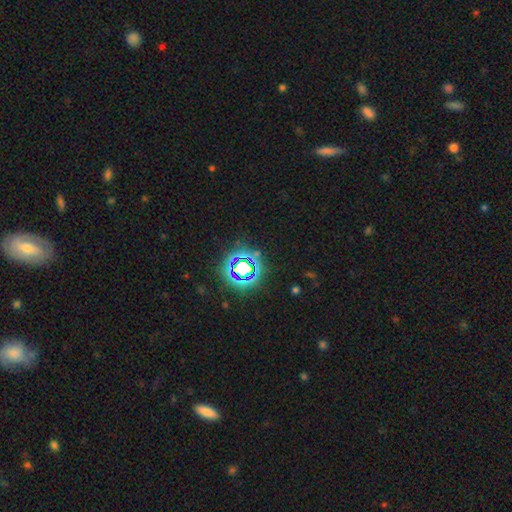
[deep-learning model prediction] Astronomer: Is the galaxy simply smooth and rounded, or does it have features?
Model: star or artifact — 75%.